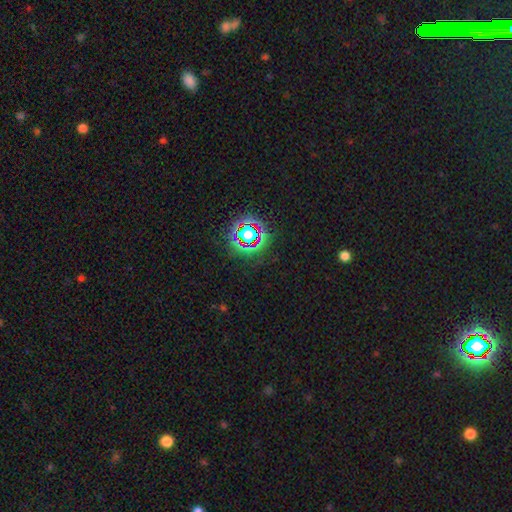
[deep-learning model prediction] Smooth or featured? Predicted: star or artifact (p=0.76).